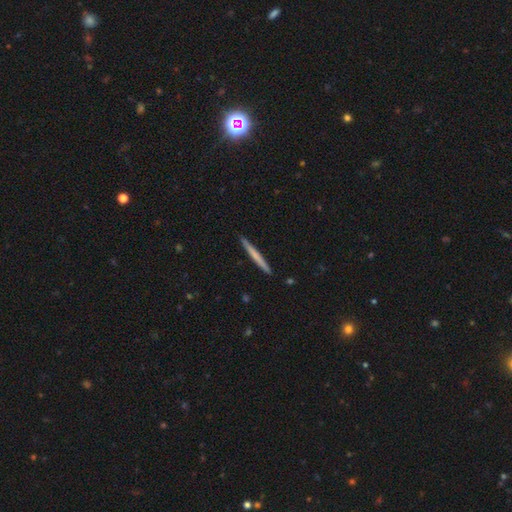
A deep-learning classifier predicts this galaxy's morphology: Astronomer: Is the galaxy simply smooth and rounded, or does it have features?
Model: smooth — 57% (runner-up: featured or disk, 38%).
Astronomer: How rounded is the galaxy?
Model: cigar-shaped — 97%.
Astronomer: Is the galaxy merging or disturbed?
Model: none — 92%.